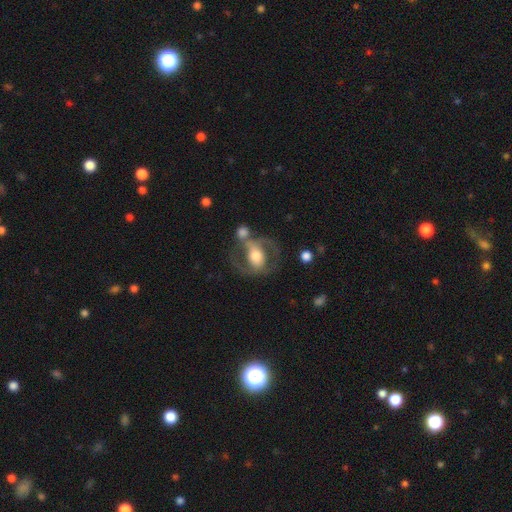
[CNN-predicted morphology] Q: Smooth or featured?
A: featured or disk (65%); runner-up: smooth (28%)
Q: Edge-on disk?
A: no (94%); runner-up: yes (6%)
Q: Bar?
A: no (40%); runner-up: weak (31%)
Q: Spiral arms?
A: yes (59%); runner-up: no (41%)
Q: Bulge size?
A: moderate (62%); runner-up: large (23%)
Q: Merging?
A: none (44%); runner-up: merger (22%)